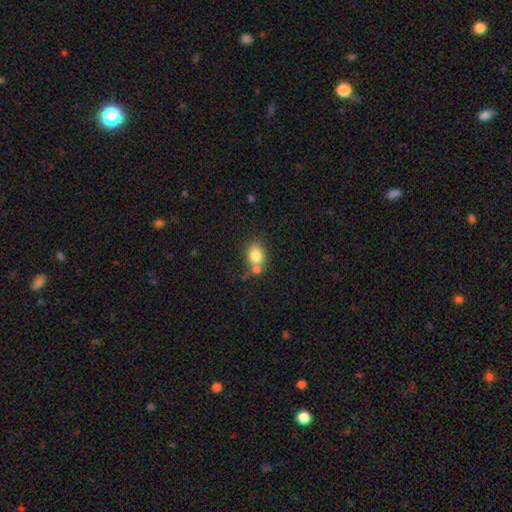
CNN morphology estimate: This appears to be a smooth galaxy with no disk features (80%) that is round (53%). Merging: none (49%).